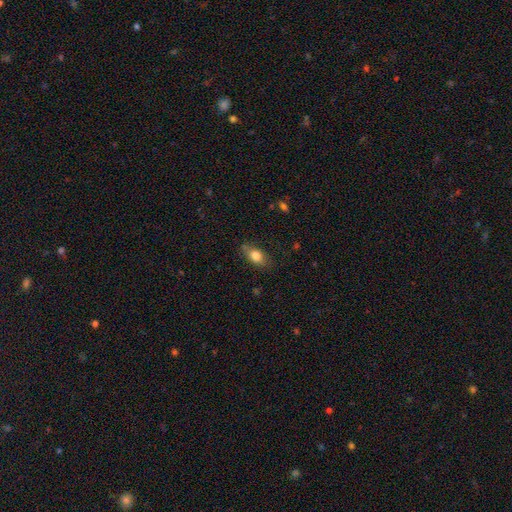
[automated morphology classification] smooth-or-featured: smooth: 78% | featured or disk: 14% | star or artifact: 8%
  how-rounded: in between: 83% | round: 10% | cigar-shaped: 7%
  merging: none: 74% | minor disturbance: 20% | major disturbance: 4% | merger: 2%